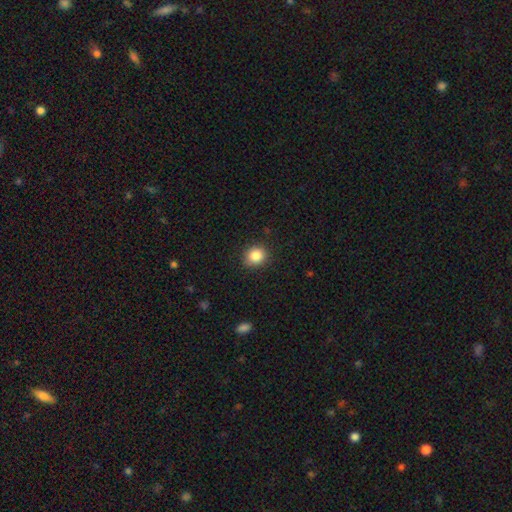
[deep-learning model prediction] Smooth or featured: smooth — 86% (star or artifact — 10%)
How rounded: round — 77% (in between — 22%)
Merging: none — 87% (minor disturbance — 10%)